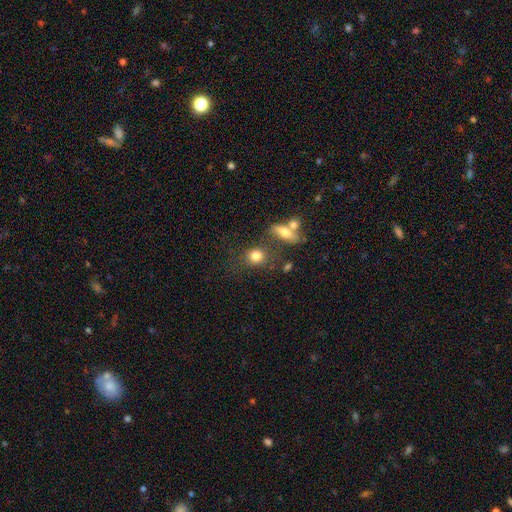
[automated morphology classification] A smooth galaxy with no disk features (80%) that is round (65%).

Vote fractions:
- Smooth or featured? smooth: 80% / star or artifact: 10% / featured or disk: 9%
- How rounded? round: 65% / in between: 33% / cigar-shaped: 2%
- Merging? none: 58% / merger: 19% / minor disturbance: 15% / major disturbance: 8%